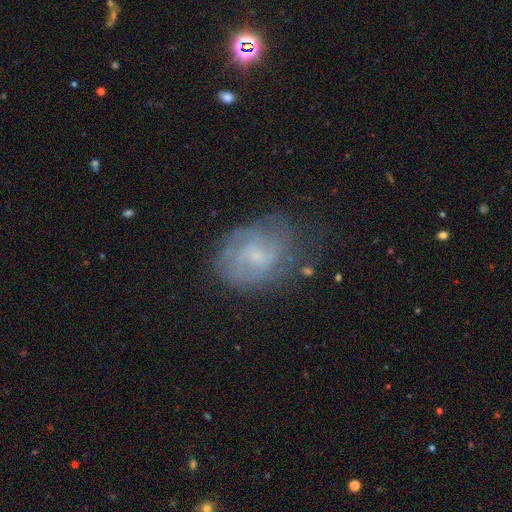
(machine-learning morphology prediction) This is likely a featured or disk galaxy (65%). It is clearly not viewed edge-on (97%). Bar: possibly no (55%). Spiral arm pattern: likely yes (78%). Central bulge: likely small (65%). Merging: possibly none (58%).